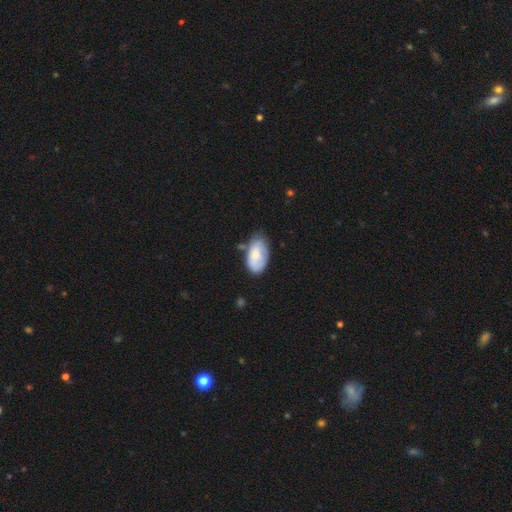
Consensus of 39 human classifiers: Smooth or featured: smooth — 90% (featured or disk — 5%)
How rounded: in between — 91% (round — 9%)
Merging: minor disturbance — 49% (none — 43%)